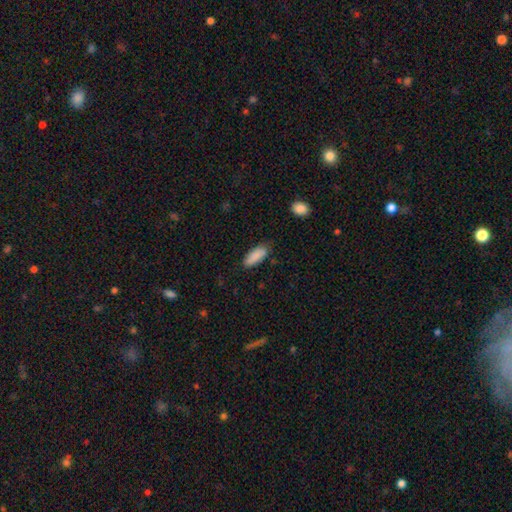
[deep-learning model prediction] The model was most divided on "how rounded": in between: 75%, cigar-shaped: 23%, round: 2%. More confident: smooth or featured — smooth (89%); merging — none (80%).